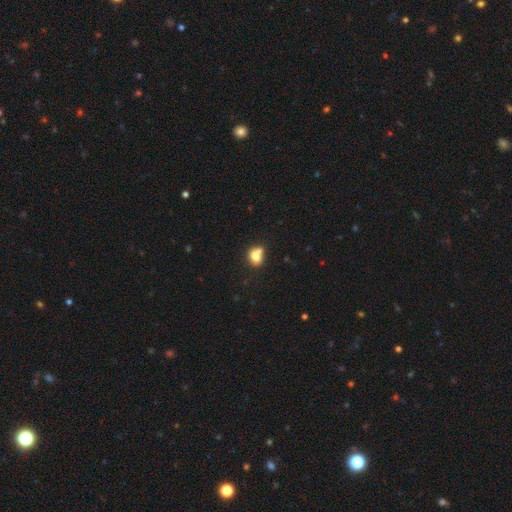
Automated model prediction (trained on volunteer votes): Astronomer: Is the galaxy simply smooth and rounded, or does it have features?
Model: smooth — 75%.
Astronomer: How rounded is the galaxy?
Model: round — 53% (runner-up: in between, 46%).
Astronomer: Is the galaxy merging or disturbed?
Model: merger — 42% (runner-up: none, 38%).